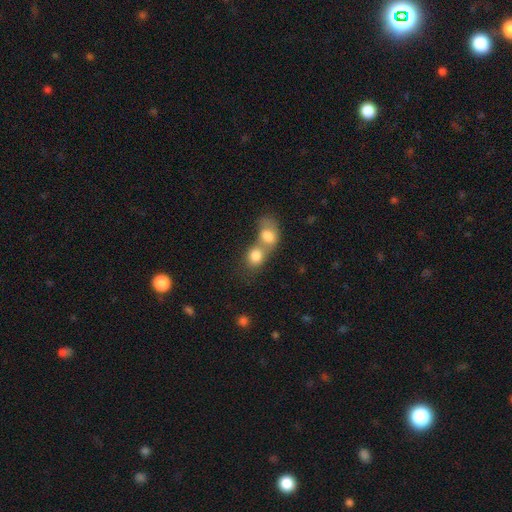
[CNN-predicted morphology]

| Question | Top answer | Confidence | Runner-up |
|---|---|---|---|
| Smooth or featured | smooth | 79% | featured or disk (12%) |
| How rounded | round | 53% | in between (45%) |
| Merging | merger | 73% | none (18%) |